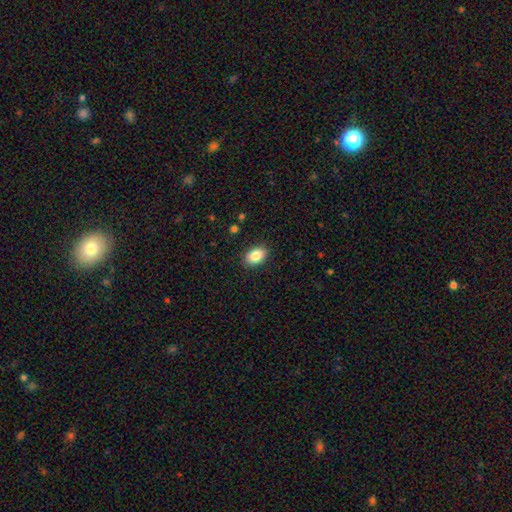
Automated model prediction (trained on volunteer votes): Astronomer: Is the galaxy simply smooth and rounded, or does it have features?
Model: smooth — 86%.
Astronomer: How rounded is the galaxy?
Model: in between — 87%.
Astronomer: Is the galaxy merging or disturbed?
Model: none — 89%.